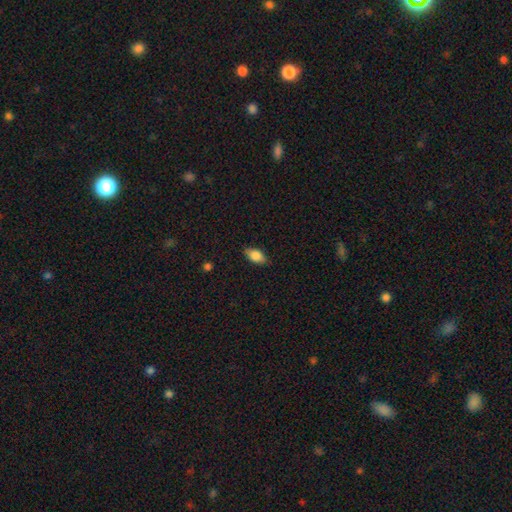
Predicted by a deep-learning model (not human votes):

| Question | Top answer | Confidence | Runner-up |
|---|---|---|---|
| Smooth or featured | smooth | 80% | featured or disk (12%) |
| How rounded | in between | 88% | round (6%) |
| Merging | none | 83% | minor disturbance (14%) |